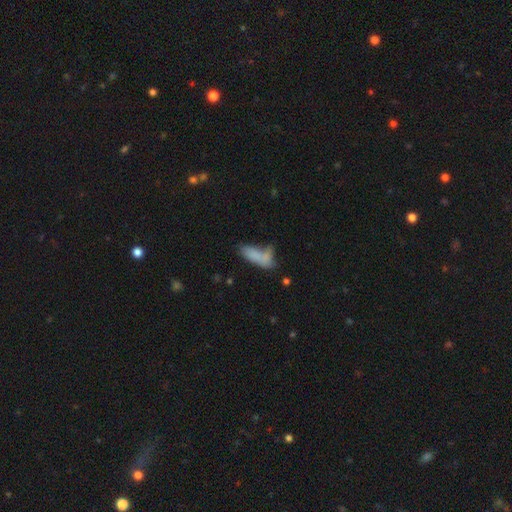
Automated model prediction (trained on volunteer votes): The model was most divided on "merging": none: 36%, merger: 26%, minor disturbance: 22%, major disturbance: 15%. More confident: smooth or featured — smooth (75%); how rounded — in between (66%).